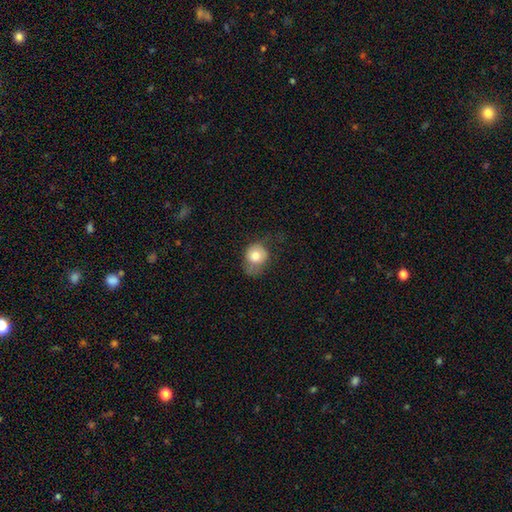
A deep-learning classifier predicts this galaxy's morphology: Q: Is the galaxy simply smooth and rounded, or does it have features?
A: smooth — 76%.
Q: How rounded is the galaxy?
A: round — 68%.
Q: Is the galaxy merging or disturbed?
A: none — 38%.